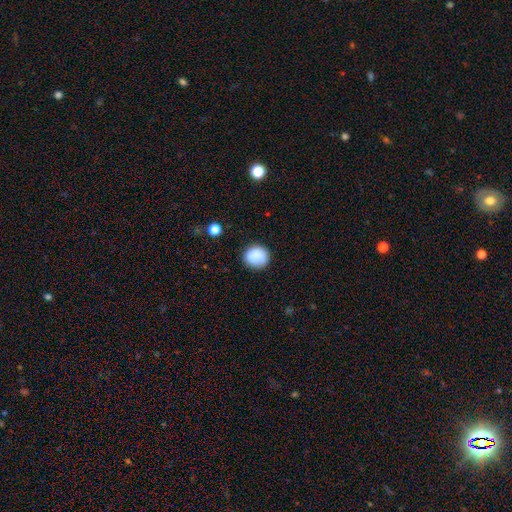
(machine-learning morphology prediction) The model was most divided on "merging": none: 80%, minor disturbance: 14%, major disturbance: 4%, merger: 2%. More confident: smooth or featured — smooth (86%); how rounded — round (83%).